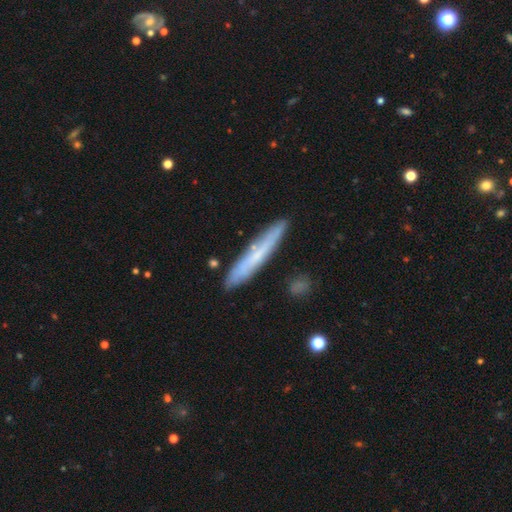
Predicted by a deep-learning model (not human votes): This appears to be a smooth galaxy with no disk features (48%). Merging: none (85%).